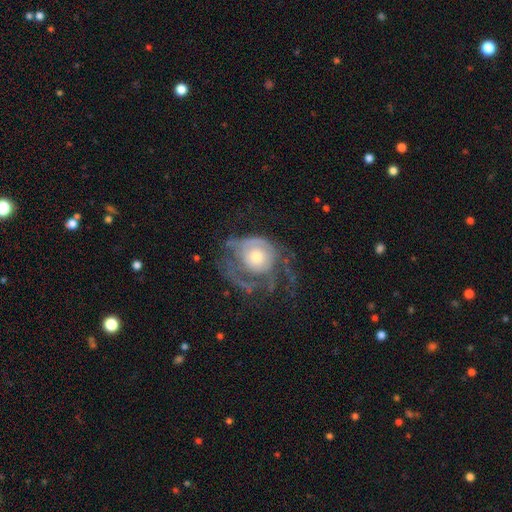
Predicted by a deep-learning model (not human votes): featured or disk 72%, smooth 21%, star or artifact 7%. Down the decision tree: edge-on disk — no (97%); bar — no (82%); spiral arms — yes (71%); bulge size — moderate (59%); merging — major disturbance (40%).